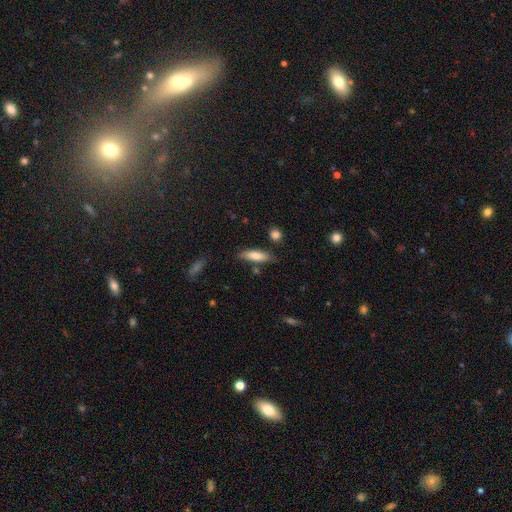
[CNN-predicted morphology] Overall: smooth (78%). How rounded: cigar-shaped (58%; in between 41%). Merging: none (77%).